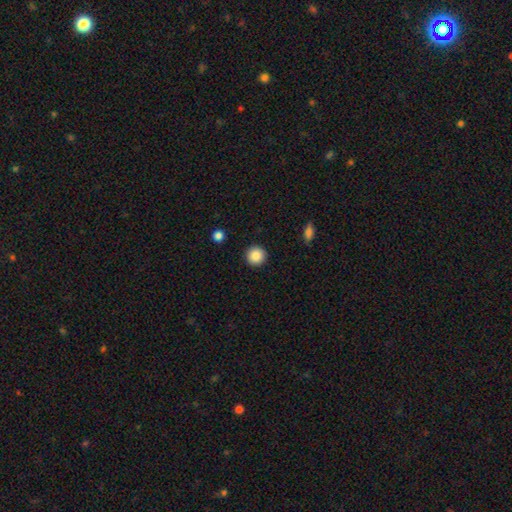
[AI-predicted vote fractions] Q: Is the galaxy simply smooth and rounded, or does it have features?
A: smooth — 88%.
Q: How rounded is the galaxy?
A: round — 95%.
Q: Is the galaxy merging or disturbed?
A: none — 93%.